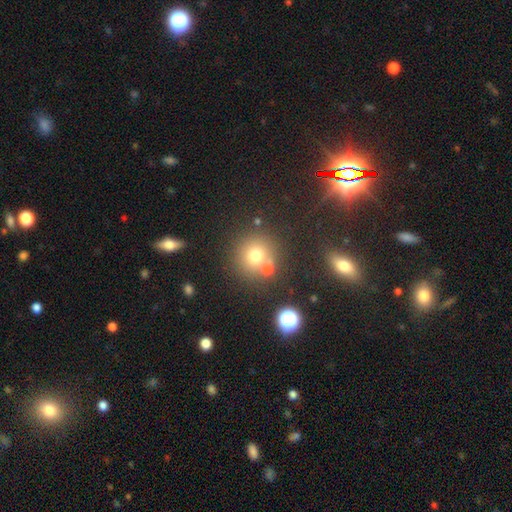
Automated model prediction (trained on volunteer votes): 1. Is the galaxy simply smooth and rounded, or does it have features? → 70% smooth, 17% star or artifact, 12% featured or disk.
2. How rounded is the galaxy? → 92% round, 7% in between, 1% cigar-shaped.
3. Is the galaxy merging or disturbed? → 69% none, 17% merger, 10% minor disturbance, 4% major disturbance.